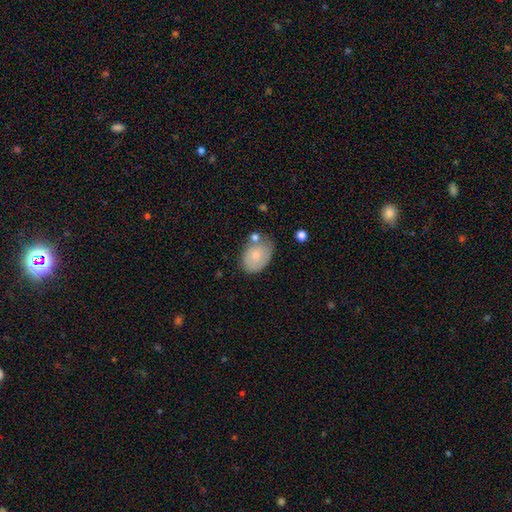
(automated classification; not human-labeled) Smooth or featured: smooth — 75% (featured or disk — 19%)
How rounded: in between — 80% (round — 19%)
Merging: none — 54% (minor disturbance — 27%)